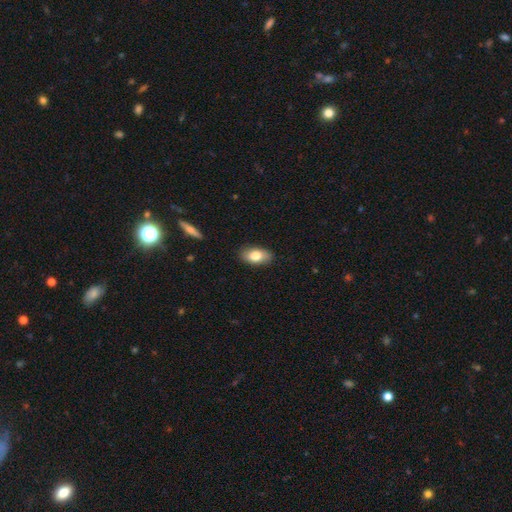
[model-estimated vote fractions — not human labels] Smooth or featured? smooth (77%)
How rounded? in between (90%)
Merging? none (86%)